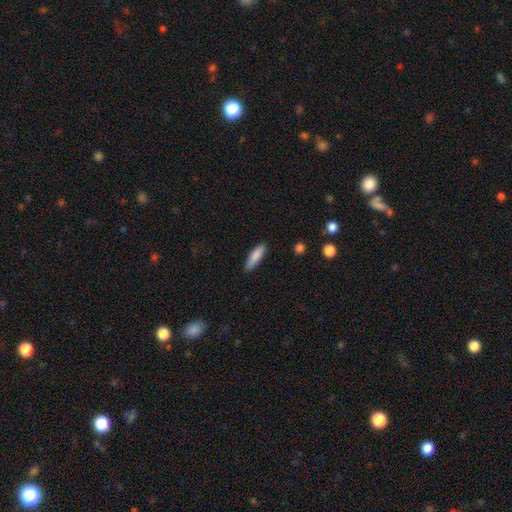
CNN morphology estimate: This is clearly a smooth galaxy (86%). How rounded: possibly cigar-shaped (58%). Merging: clearly none (86%).